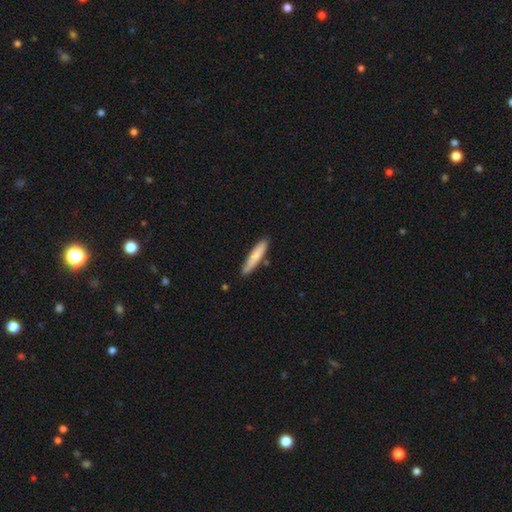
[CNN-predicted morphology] smooth_or_featured: smooth (p=0.77) [alt: featured or disk p=0.18]
how_rounded: cigar-shaped (p=0.88) [alt: in between p=0.11]
merging: none (p=0.80) [alt: minor disturbance p=0.14]